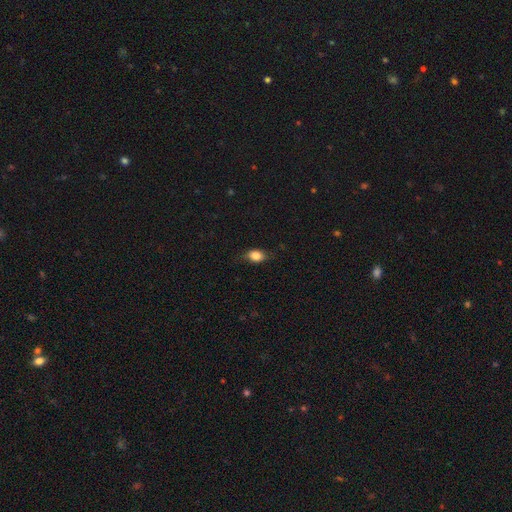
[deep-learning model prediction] A smooth galaxy with no disk features (83%) that is in between round and cigar-shaped (72%).

Vote fractions:
- Smooth or featured? smooth: 83% / star or artifact: 9% / featured or disk: 8%
- How rounded? in between: 72% / round: 25% / cigar-shaped: 2%
- Merging? none: 74% / minor disturbance: 20% / major disturbance: 5% / merger: 1%